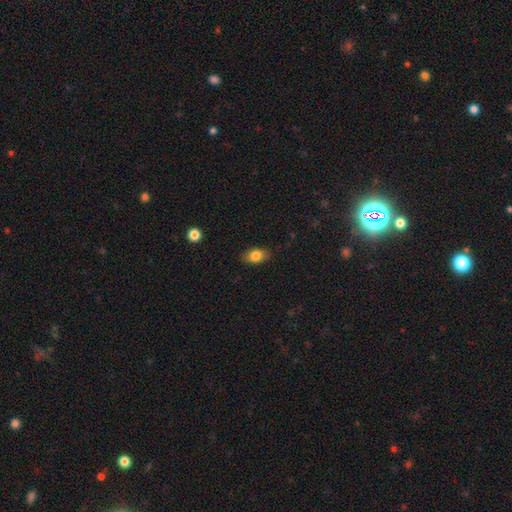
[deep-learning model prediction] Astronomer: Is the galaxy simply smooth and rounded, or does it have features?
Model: smooth — 82%.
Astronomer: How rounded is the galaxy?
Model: in between — 85%.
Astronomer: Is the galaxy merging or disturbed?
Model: none — 83%.